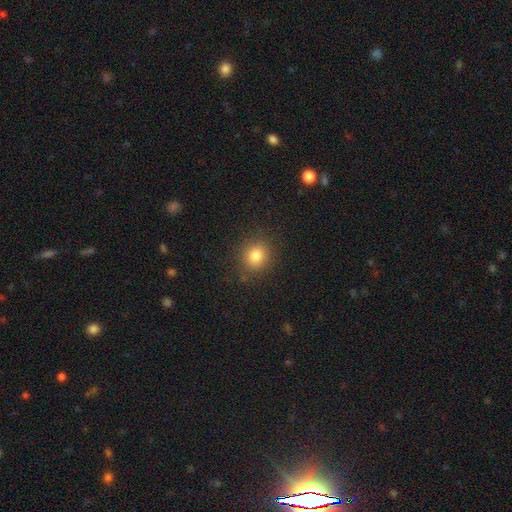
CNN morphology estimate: The model was most divided on "smooth or featured": smooth: 80%, star or artifact: 13%, featured or disk: 7%. More confident: merging — none (88%); how rounded — round (86%).